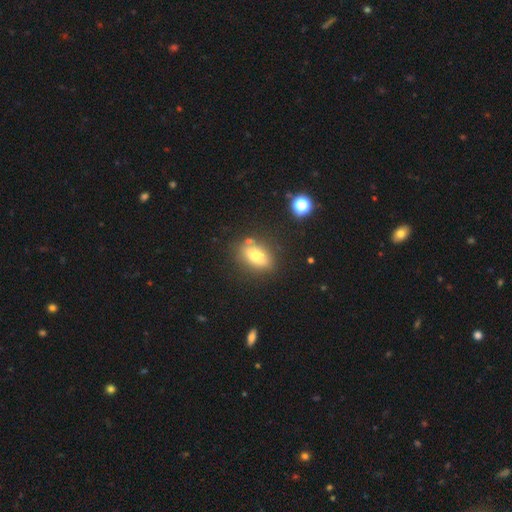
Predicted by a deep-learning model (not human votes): The model was most divided on "smooth or featured": smooth: 73%, featured or disk: 17%, star or artifact: 10%. More confident: how rounded — in between (81%); merging — none (77%).